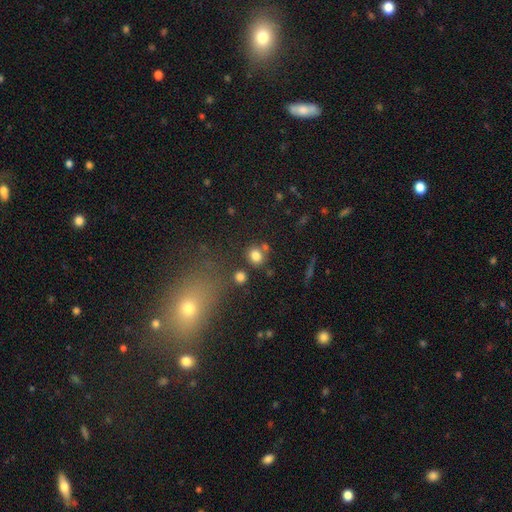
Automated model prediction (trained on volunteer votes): A smooth galaxy with no disk features (80%) that is round (78%).

Vote fractions:
- Smooth or featured? smooth: 80% / star or artifact: 13% / featured or disk: 7%
- How rounded? round: 78% / in between: 21% / cigar-shaped: 1%
- Merging? none: 74% / merger: 13% / minor disturbance: 10% / major disturbance: 4%